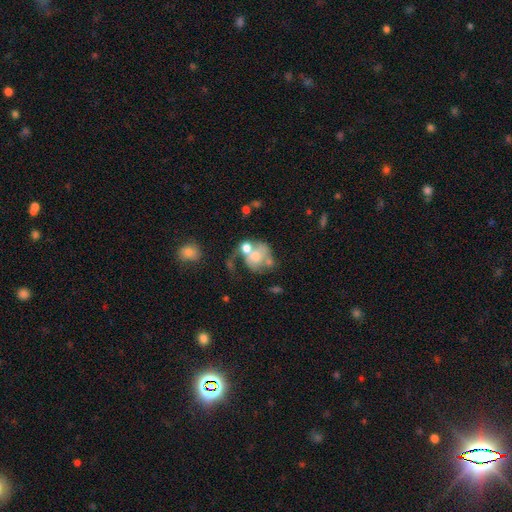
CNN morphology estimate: A featured or disk galaxy (46%).

Vote fractions:
- Smooth or featured? featured or disk: 46% / smooth: 45% / star or artifact: 9%
- Merging? major disturbance: 34% / merger: 32% / none: 21% / minor disturbance: 14%